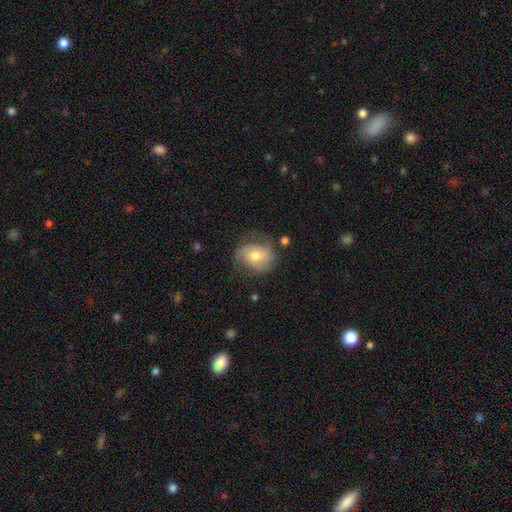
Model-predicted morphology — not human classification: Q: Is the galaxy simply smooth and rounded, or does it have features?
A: featured or disk — 56%.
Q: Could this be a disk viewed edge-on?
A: no — 96%.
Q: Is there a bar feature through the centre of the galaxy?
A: no — 63%.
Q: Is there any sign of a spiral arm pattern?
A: yes — 82%.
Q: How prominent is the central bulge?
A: moderate — 68%.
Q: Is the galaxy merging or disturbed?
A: none — 59%.